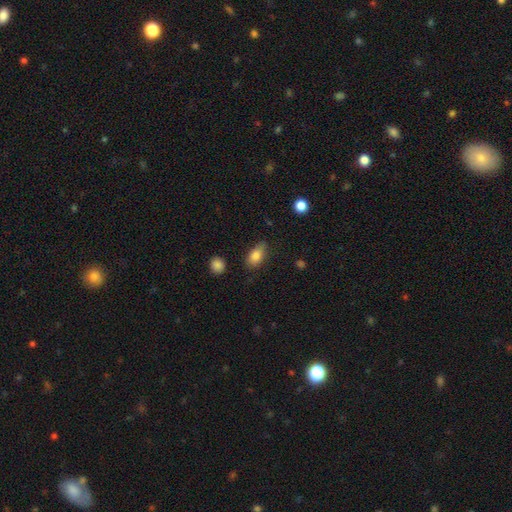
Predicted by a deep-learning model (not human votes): Overall: smooth (82%). How rounded: in between (87%). Merging: none (73%).